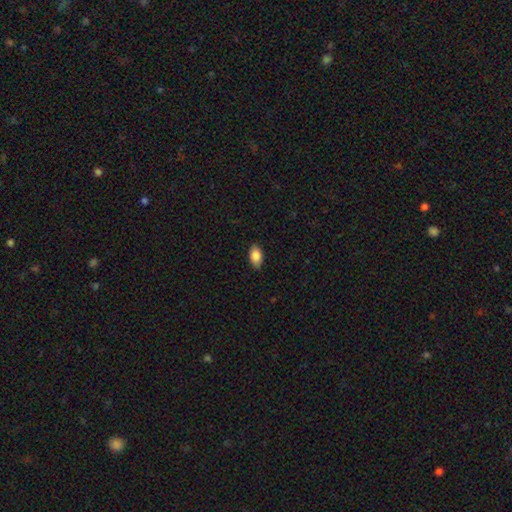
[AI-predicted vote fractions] smooth-or-featured: smooth: 87% | star or artifact: 7% | featured or disk: 6%
  how-rounded: in between: 93% | round: 5% | cigar-shaped: 2%
  merging: none: 86% | minor disturbance: 11% | major disturbance: 2% | merger: 1%